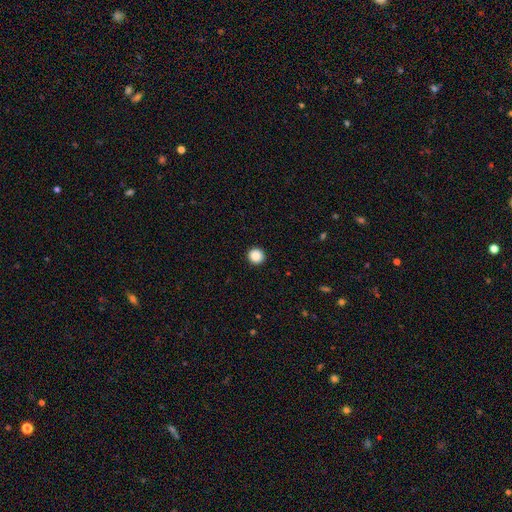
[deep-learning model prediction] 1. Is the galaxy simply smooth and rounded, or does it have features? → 87% smooth, 9% star or artifact, 3% featured or disk.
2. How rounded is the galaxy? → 95% round, 4% in between, 1% cigar-shaped.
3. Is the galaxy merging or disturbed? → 94% none, 4% minor disturbance, 1% major disturbance, 1% merger.